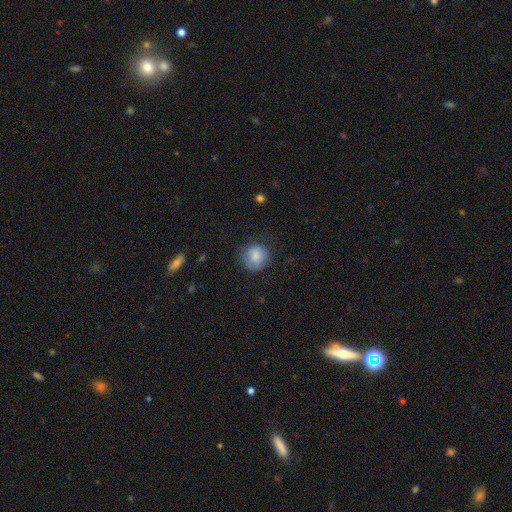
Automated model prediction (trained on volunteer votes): smooth 83%, featured or disk 9%, star or artifact 8%. Down the decision tree: how rounded — round (89%); merging — none (77%).